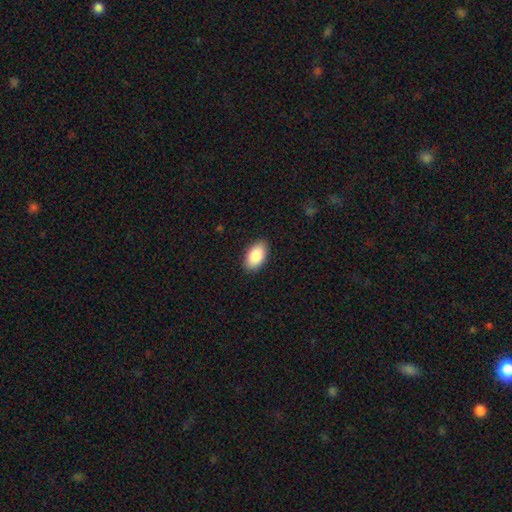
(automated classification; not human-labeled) Smooth or featured? smooth (88%)
How rounded? in between (95%)
Merging? none (88%)